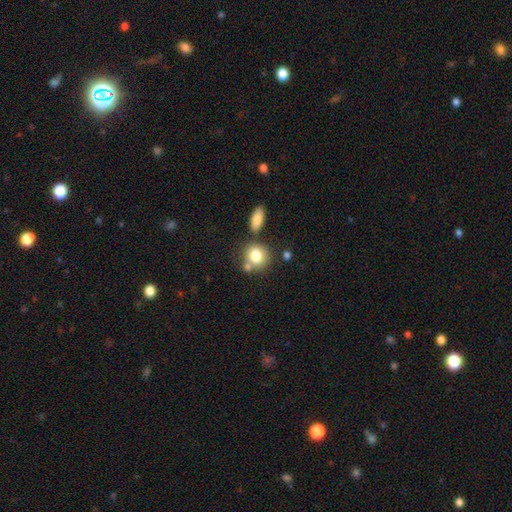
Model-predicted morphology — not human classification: A smooth galaxy with no disk features (79%) that is round (77%). Merging: none (58%).